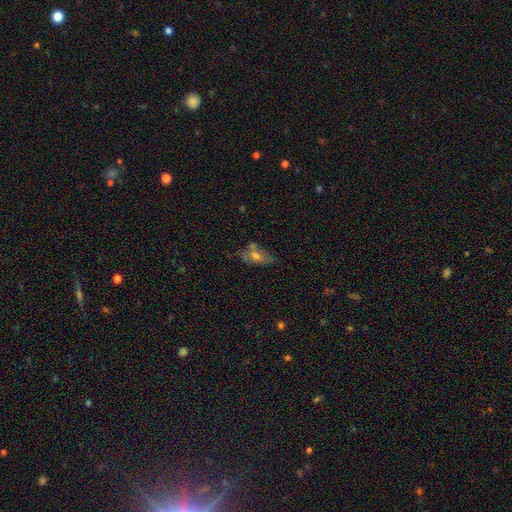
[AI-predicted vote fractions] smooth-or-featured: smooth: 46% | featured or disk: 41% | star or artifact: 13%
  merging: none: 47% | minor disturbance: 25% | merger: 16% | major disturbance: 12%